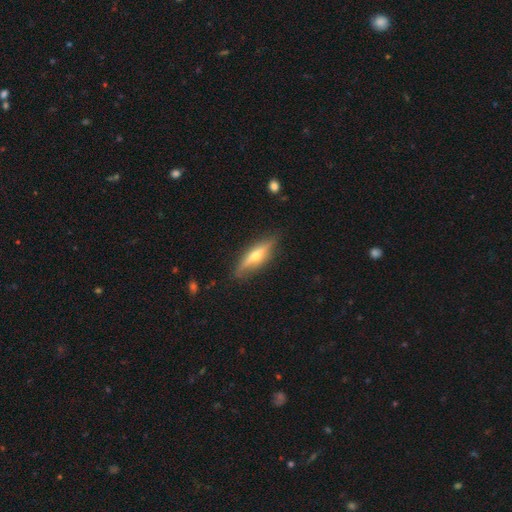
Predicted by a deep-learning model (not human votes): Smooth or featured? featured or disk (66%)
Edge-on disk? yes (92%)
Edge-on bulge? rounded (90%)
Merging? none (84%)